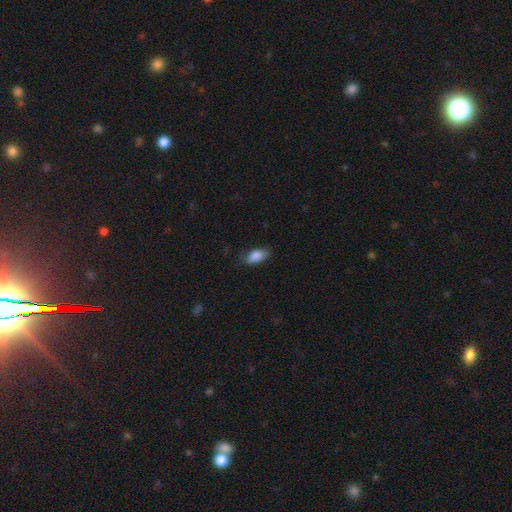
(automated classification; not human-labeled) smooth_or_featured: smooth (p=0.86) [alt: featured or disk p=0.07]
how_rounded: in between (p=0.89) [alt: cigar-shaped p=0.07]
merging: none (p=0.73) [alt: minor disturbance p=0.21]